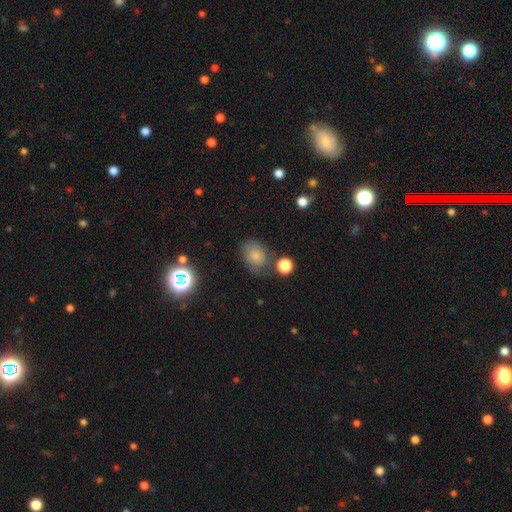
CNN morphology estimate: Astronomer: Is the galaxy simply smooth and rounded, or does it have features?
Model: smooth — 77%.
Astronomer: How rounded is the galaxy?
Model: in between — 59% (runner-up: round, 40%).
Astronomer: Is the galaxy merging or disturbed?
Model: none — 62%.